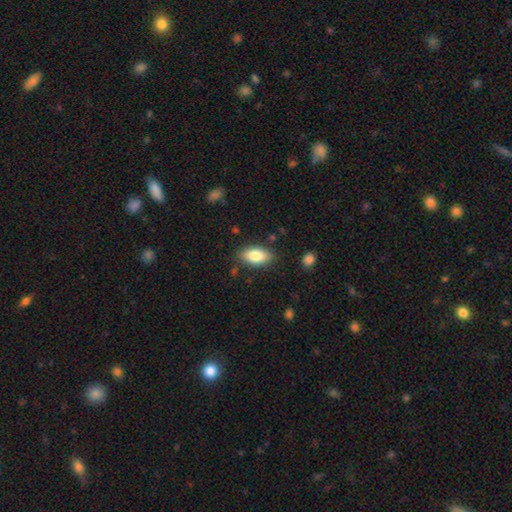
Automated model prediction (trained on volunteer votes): A smooth galaxy with no disk features (82%) that is in between round and cigar-shaped (91%). Merging: none (83%).